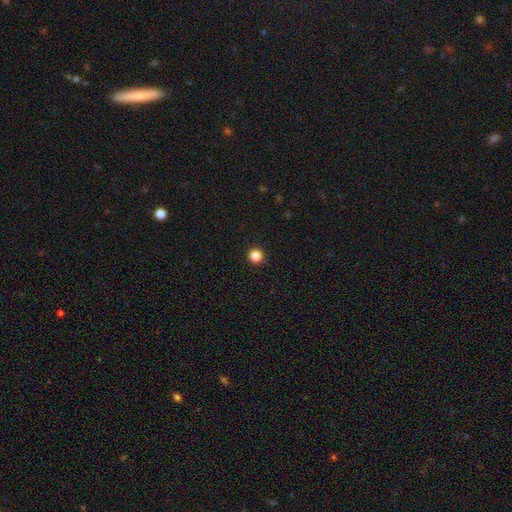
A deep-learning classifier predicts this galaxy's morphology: Smooth or featured? Predicted: smooth (p=0.85). How rounded? Predicted: round (p=0.96). Merging? Predicted: none (p=0.94).